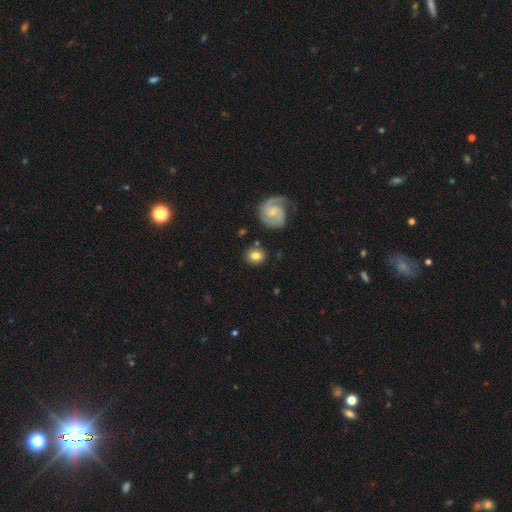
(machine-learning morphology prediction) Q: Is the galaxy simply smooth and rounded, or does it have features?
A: smooth — 69%.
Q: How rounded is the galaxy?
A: round — 70%.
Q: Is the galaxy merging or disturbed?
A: none — 83%.